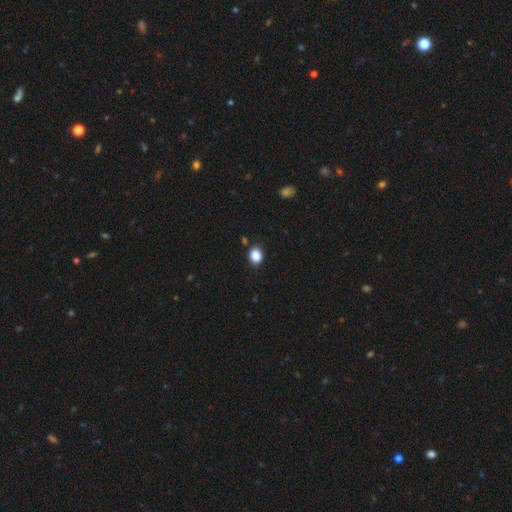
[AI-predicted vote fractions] Smooth or featured: smooth — 86% (star or artifact — 11%)
How rounded: round — 58% (in between — 41%)
Merging: none — 85% (minor disturbance — 10%)